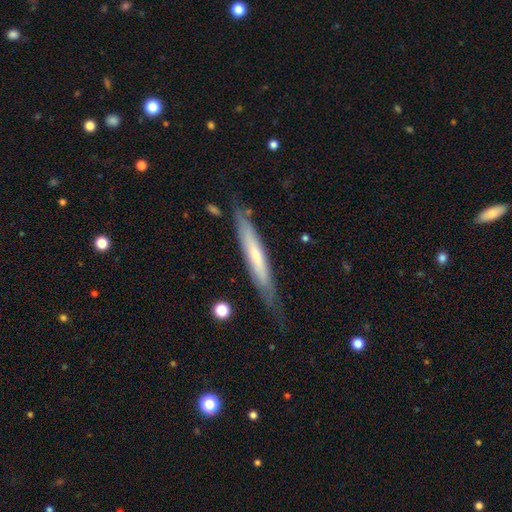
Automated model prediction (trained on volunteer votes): Smooth or featured: featured or disk — 50% (smooth — 44%)
Edge-on disk: yes — 81% (no — 19%)
Merging: none — 73% (minor disturbance — 20%)